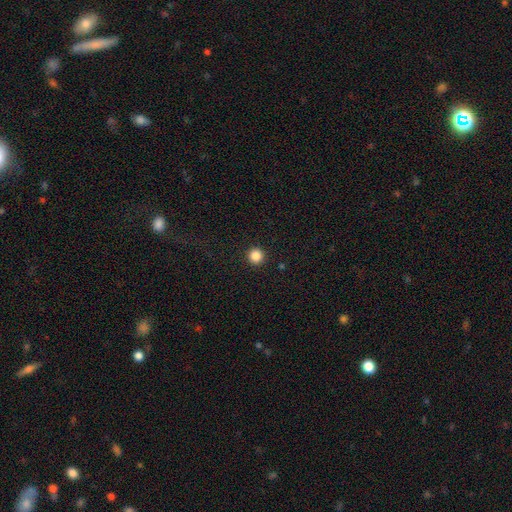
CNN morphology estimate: smooth-or-featured: smooth: 87% | star or artifact: 10% | featured or disk: 3%
  how-rounded: round: 96% | in between: 3% | cigar-shaped: 1%
  merging: none: 93% | minor disturbance: 4% | major disturbance: 2% | merger: 1%